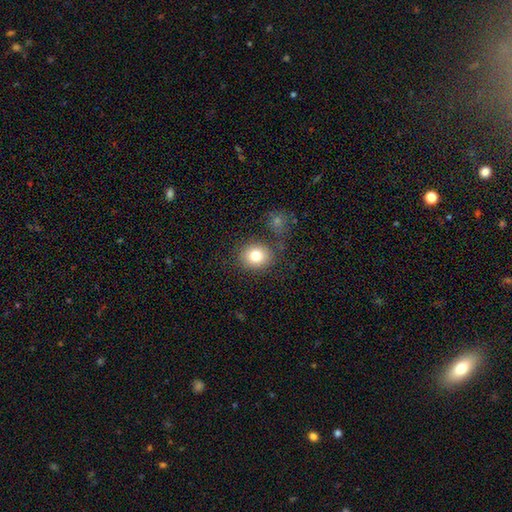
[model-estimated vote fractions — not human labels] A smooth galaxy with no disk features (79%) that is round (75%). Merging: none (78%).